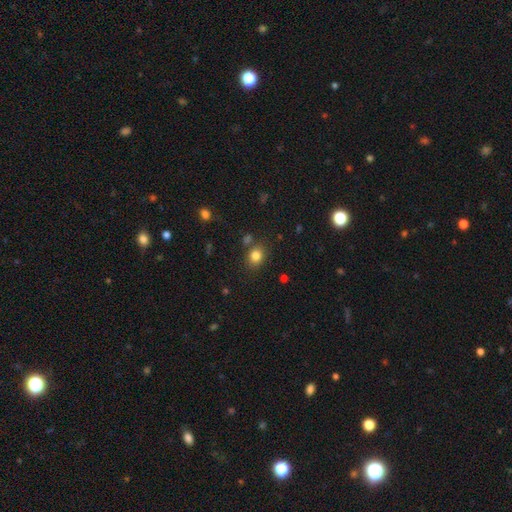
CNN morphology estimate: The model was most divided on "how rounded": round: 60%, in between: 39%, cigar-shaped: 1%. More confident: smooth or featured — smooth (81%); merging — none (77%).